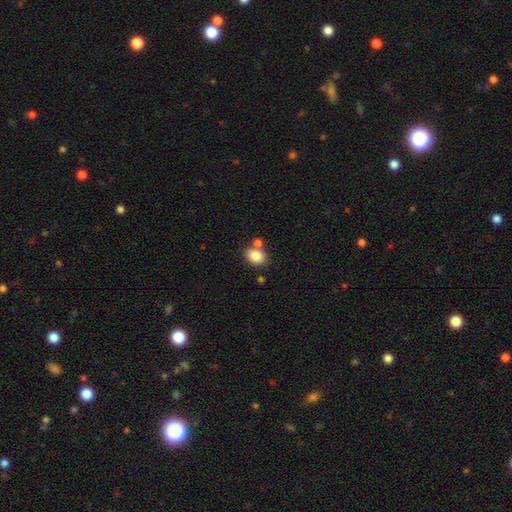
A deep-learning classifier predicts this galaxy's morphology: The model was most divided on "how rounded": in between: 60%, round: 39%, cigar-shaped: 1%. More confident: smooth or featured — smooth (84%); merging — none (64%).